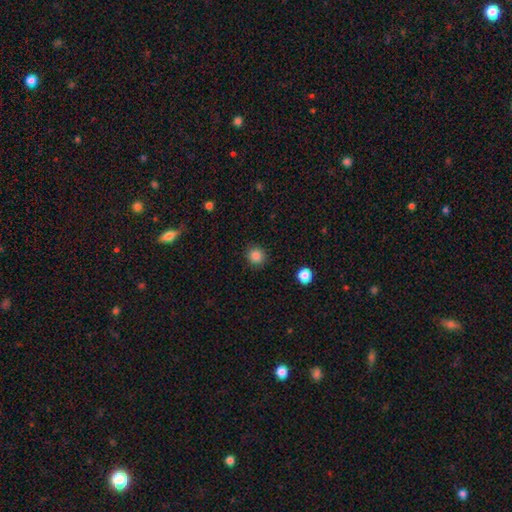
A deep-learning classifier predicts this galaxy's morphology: Overall: smooth (86%). How rounded: round (91%). Merging: none (91%).